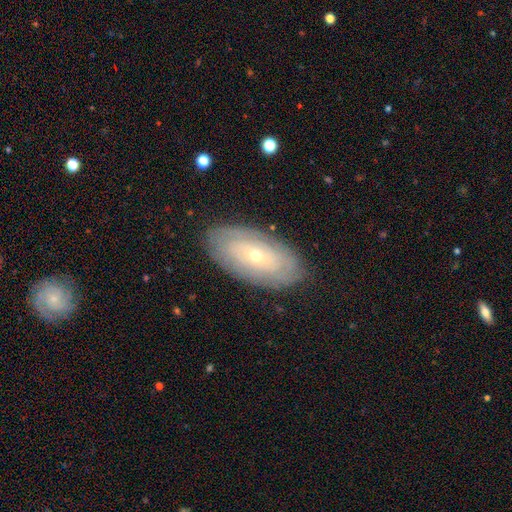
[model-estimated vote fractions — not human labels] A featured or disk galaxy (62%) with no bar (85%), spiral arms (61%) and a small central bulge (73%). Merging: none (84%).